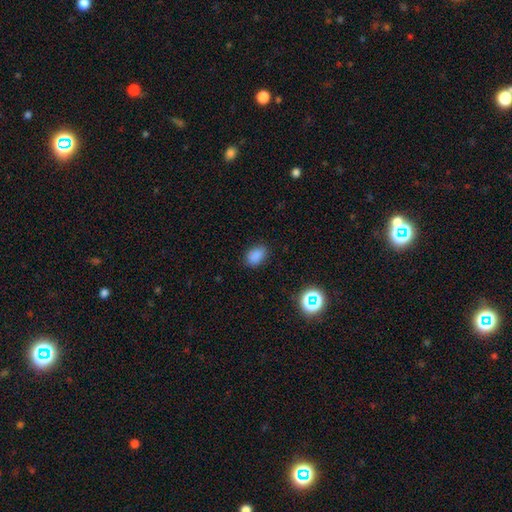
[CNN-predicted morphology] Overall: smooth (84%). How rounded: in between (83%). Merging: none (84%).